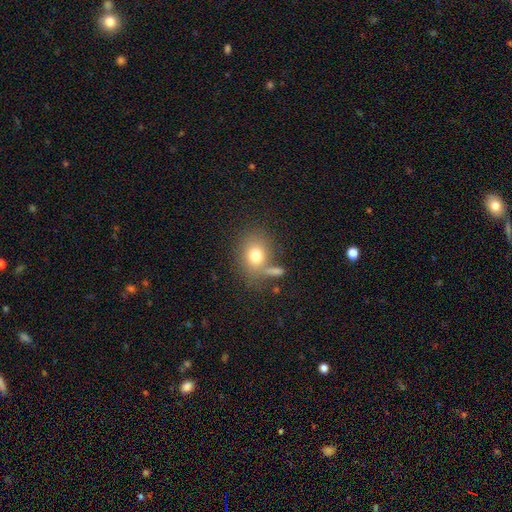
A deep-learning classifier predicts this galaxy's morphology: smooth_or_featured: smooth (p=0.75) [alt: featured or disk p=0.13]
how_rounded: round (p=0.55) [alt: in between p=0.44]
merging: none (p=0.60) [alt: merger p=0.16]